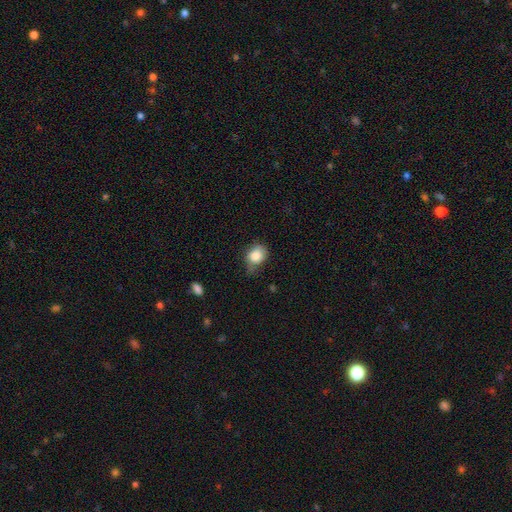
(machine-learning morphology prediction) smooth 85%, star or artifact 8%, featured or disk 6%. Down the decision tree: how rounded — round (53%); merging — none (48%).